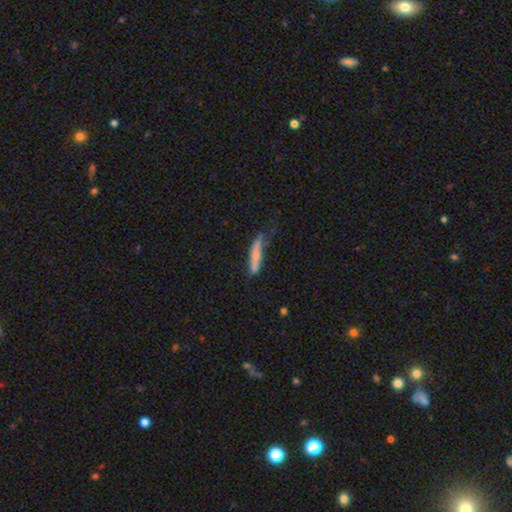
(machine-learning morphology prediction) Q: Smooth or featured?
A: smooth (70%); runner-up: featured or disk (23%)
Q: How rounded?
A: cigar-shaped (86%); runner-up: in between (12%)
Q: Merging?
A: none (45%); runner-up: minor disturbance (33%)